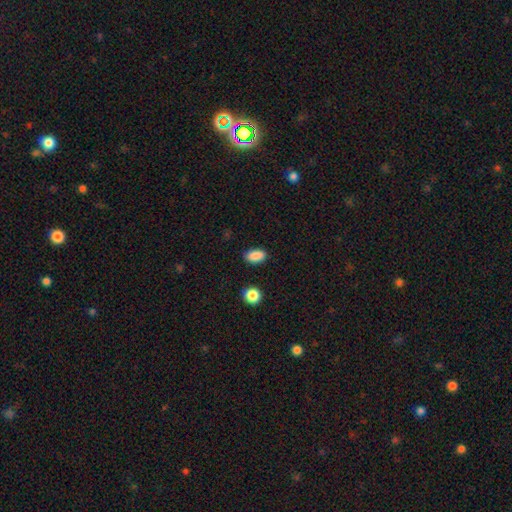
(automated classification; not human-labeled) Smooth or featured?
  - smooth: 88% *
  - star or artifact: 8%
  - featured or disk: 3%
How rounded?
  - in between: 89% *
  - round: 8%
  - cigar-shaped: 2%
Merging?
  - none: 86% *
  - minor disturbance: 9%
  - major disturbance: 2%
  - merger: 2%